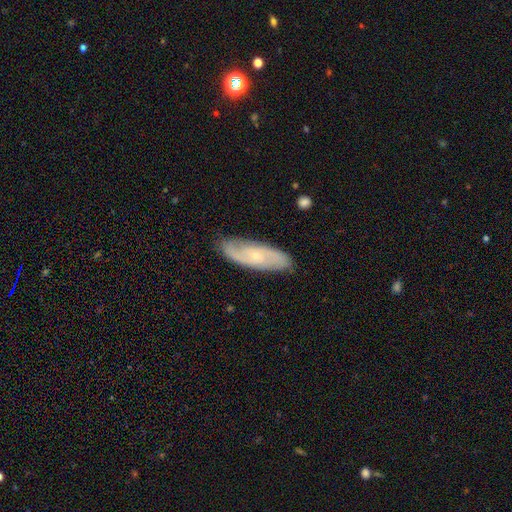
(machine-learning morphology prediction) Overall: featured or disk (69%). Edge-on disk: no (85%). Bar: no (69%). Spiral arms: yes (89%). Spiral arm count: 2 (68%). Spiral winding: medium (42%; tight 34%). Bulge size: small (79%). Merging: none (83%).